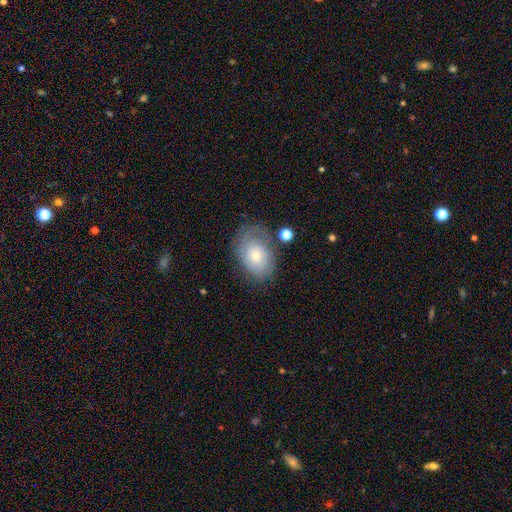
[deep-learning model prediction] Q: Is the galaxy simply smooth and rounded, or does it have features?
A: smooth — 47%.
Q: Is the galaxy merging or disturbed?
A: none — 65%.